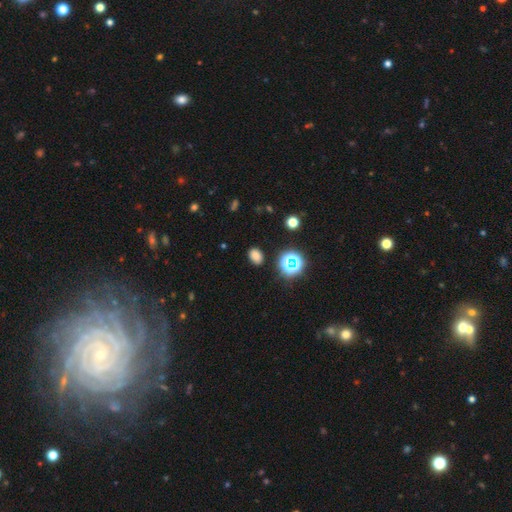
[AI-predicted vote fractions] Overall: smooth (76%). How rounded: in between (71%). Merging: none (86%).